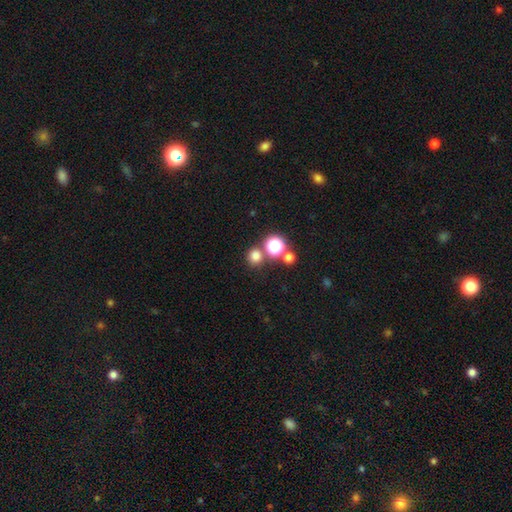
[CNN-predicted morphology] Q: Smooth or featured?
A: smooth (74%); runner-up: star or artifact (20%)
Q: How rounded?
A: round (88%); runner-up: in between (11%)
Q: Merging?
A: none (73%); runner-up: merger (16%)